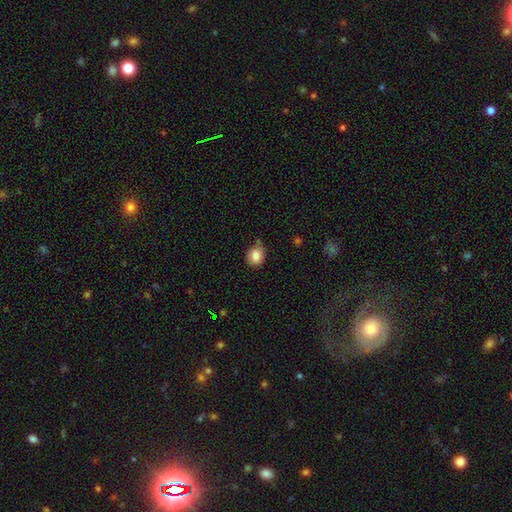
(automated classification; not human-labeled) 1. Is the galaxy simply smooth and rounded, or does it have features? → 84% smooth, 9% star or artifact, 6% featured or disk.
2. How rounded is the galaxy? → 75% round, 24% in between, 1% cigar-shaped.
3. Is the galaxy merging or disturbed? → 71% none, 21% minor disturbance, 4% merger, 4% major disturbance.